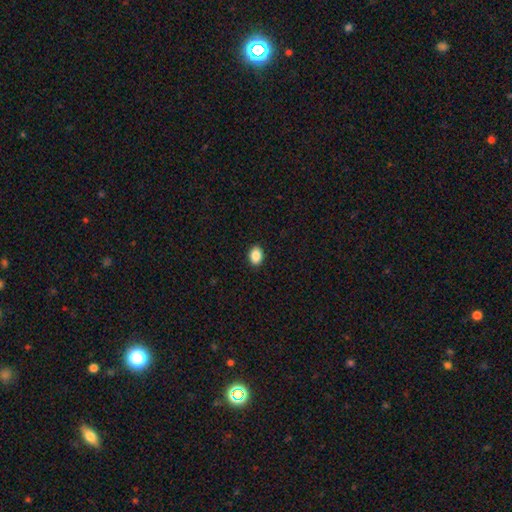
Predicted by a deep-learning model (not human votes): The model was most divided on "how rounded": in between: 74%, round: 24%, cigar-shaped: 1%. More confident: merging — none (91%); smooth or featured — smooth (88%).